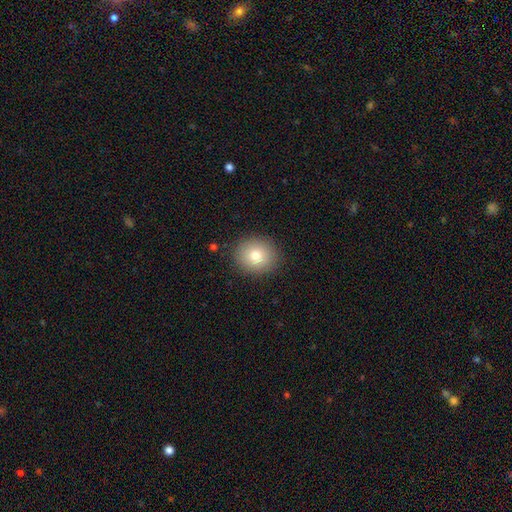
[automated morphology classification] Overall: smooth (78%). How rounded: round (80%). Merging: none (89%).